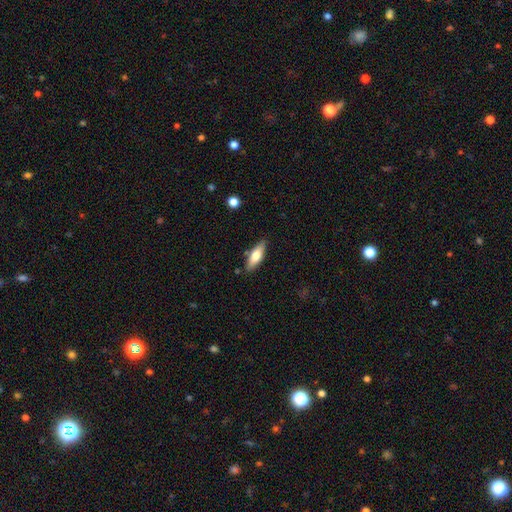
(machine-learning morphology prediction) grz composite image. It shows a smooth galaxy with no disk features (70%) that is in between round and cigar-shaped (61%). Merging: none (82%).